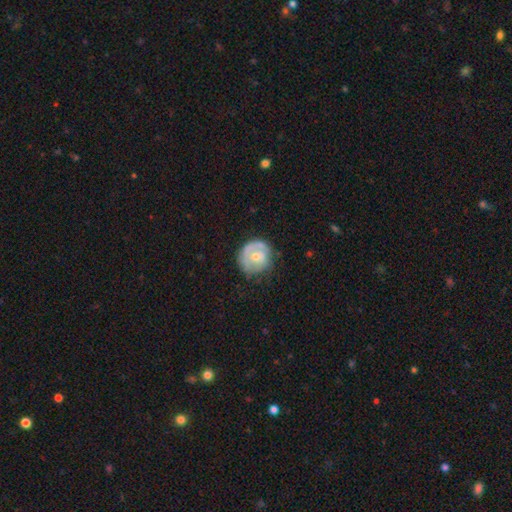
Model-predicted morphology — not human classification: A featured or disk galaxy (52%) with no bar (73%), spiral arms (59%) and a moderate central bulge (51%).

Vote fractions:
- Smooth or featured? featured or disk: 52% / smooth: 42% / star or artifact: 6%
- Edge-on disk? no: 97% / yes: 3%
- Bar? no: 73% / weak: 23% / strong: 4%
- Spiral arms? yes: 59% / no: 41%
- Bulge size? moderate: 51% / small: 44% / large: 2% / none: 2% / dominant: 1%
- Merging? none: 64% / minor disturbance: 24% / major disturbance: 11% / merger: 2%